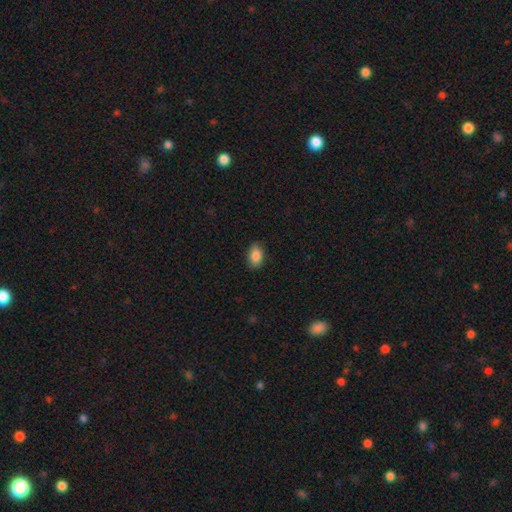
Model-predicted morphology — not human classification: type=smooth (87%); roundness=in between (86%); merging=none (84%).